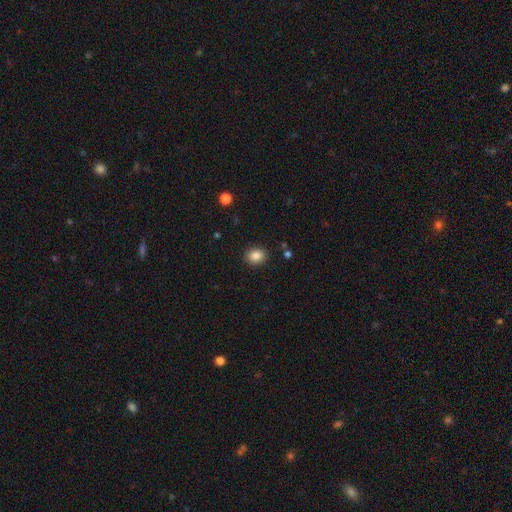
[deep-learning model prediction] Smooth or featured? Predicted: smooth (p=0.86). How rounded? Predicted: round (p=0.52). Merging? Predicted: none (p=0.89).